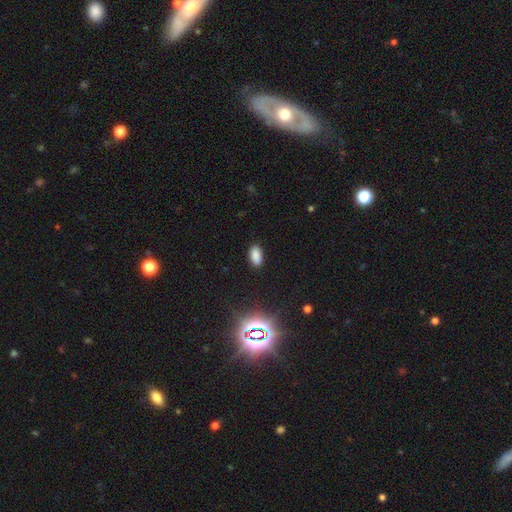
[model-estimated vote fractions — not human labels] This is clearly a smooth galaxy (83%). How rounded: clearly in between (92%). Merging: clearly none (88%).